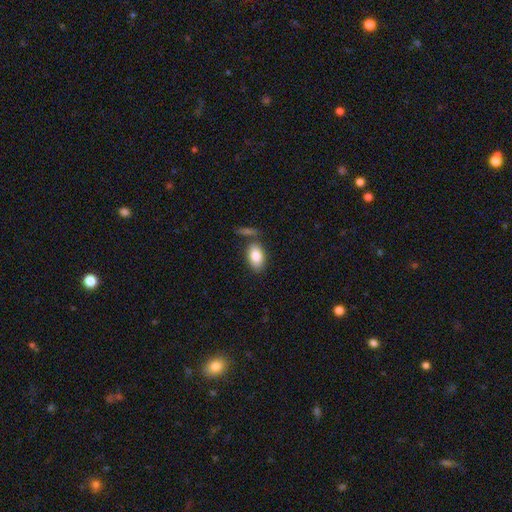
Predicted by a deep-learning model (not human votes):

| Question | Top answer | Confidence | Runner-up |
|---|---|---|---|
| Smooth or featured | smooth | 85% | featured or disk (8%) |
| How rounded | in between | 91% | round (7%) |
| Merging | none | 69% | minor disturbance (14%) |